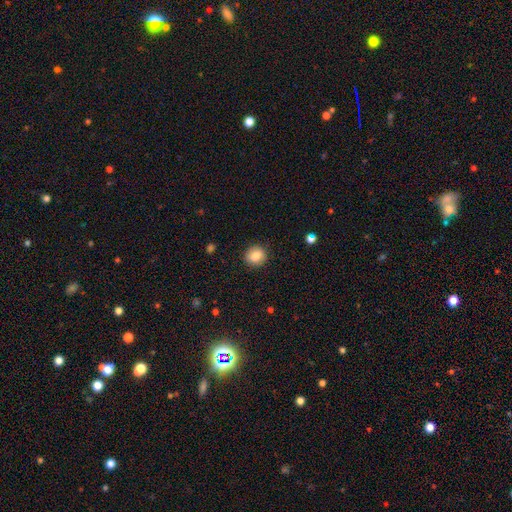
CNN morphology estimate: Smooth or featured?
  - smooth: 85% *
  - star or artifact: 9%
  - featured or disk: 6%
How rounded?
  - round: 78% *
  - in between: 21%
  - cigar-shaped: 1%
Merging?
  - none: 89% *
  - minor disturbance: 8%
  - major disturbance: 2%
  - merger: 1%